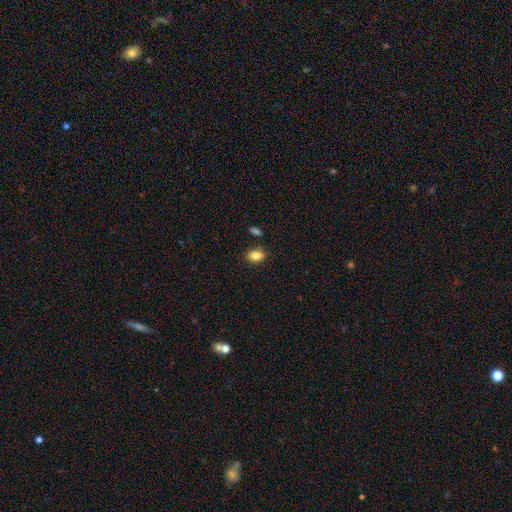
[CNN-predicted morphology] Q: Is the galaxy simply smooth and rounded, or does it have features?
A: smooth — 86%.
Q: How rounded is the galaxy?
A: in between — 75%.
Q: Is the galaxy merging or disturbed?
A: none — 79%.